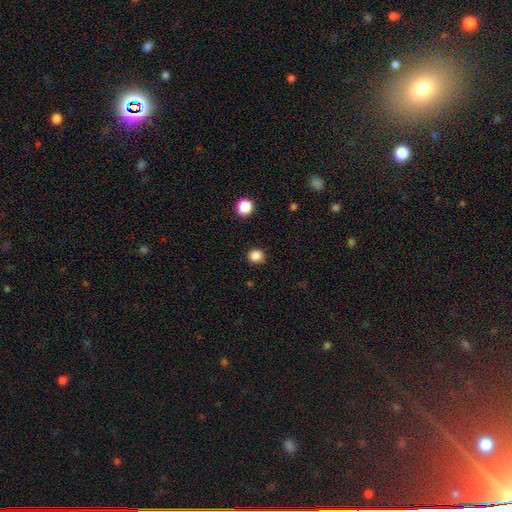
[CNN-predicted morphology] Smooth or featured?
  - smooth: 85% *
  - star or artifact: 12%
  - featured or disk: 3%
How rounded?
  - round: 83% *
  - in between: 16%
  - cigar-shaped: 1%
Merging?
  - none: 90% *
  - minor disturbance: 7%
  - major disturbance: 2%
  - merger: 1%